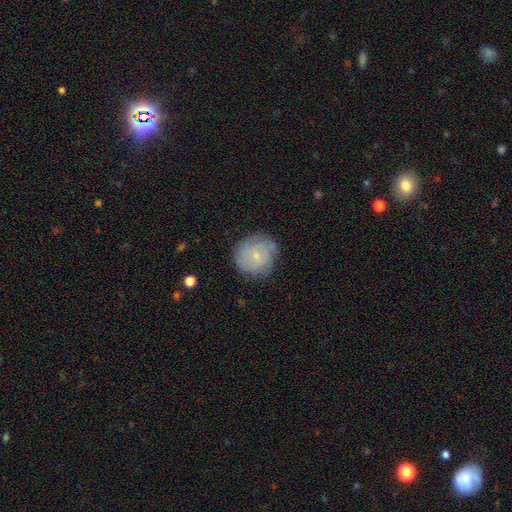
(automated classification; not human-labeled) smooth_or_featured: smooth (p=0.58) [alt: featured or disk p=0.34]
how_rounded: round (p=0.88) [alt: in between p=0.11]
merging: none (p=0.75) [alt: minor disturbance p=0.19]